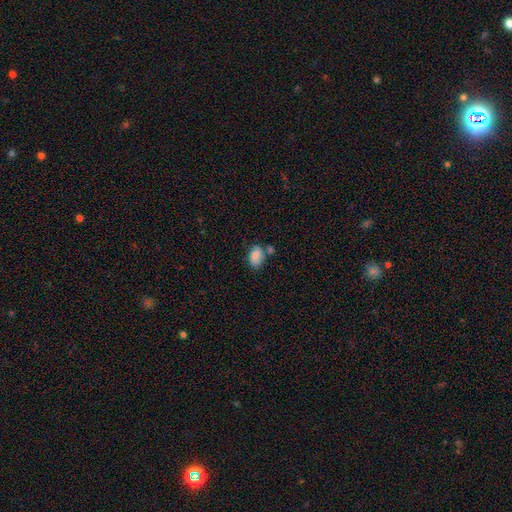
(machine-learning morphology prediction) A smooth galaxy with no disk features (83%) that is in between round and cigar-shaped (87%). Merging: none (58%).